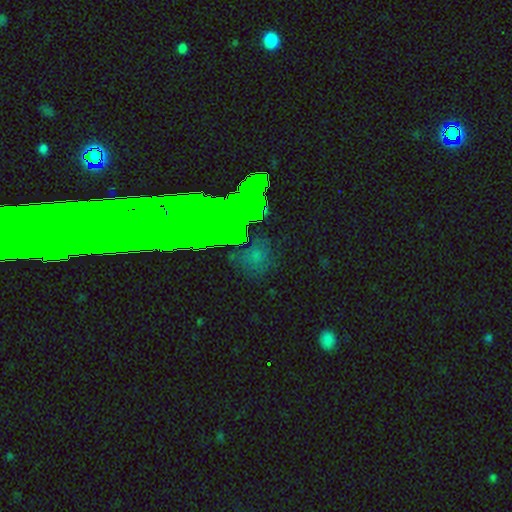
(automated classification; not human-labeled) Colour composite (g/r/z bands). It shows a star or artifact, not a galaxy (62%).